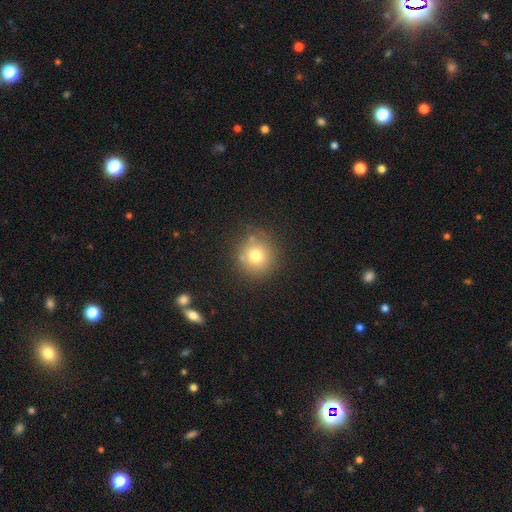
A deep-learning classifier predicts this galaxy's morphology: Smooth or featured: smooth — 74% (star or artifact — 13%)
How rounded: round — 93% (in between — 6%)
Merging: none — 81% (minor disturbance — 11%)